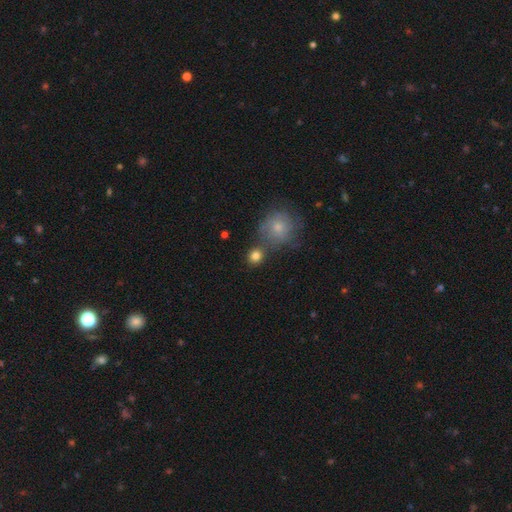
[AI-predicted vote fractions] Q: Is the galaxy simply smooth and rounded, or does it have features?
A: smooth — 81%.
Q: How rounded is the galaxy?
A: round — 85%.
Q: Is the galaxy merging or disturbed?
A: none — 65%.